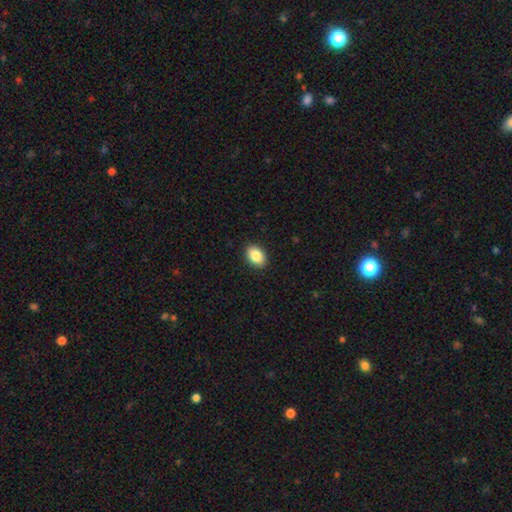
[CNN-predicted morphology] smooth-or-featured: smooth: 87% | star or artifact: 8% | featured or disk: 6%
  how-rounded: in between: 82% | round: 17% | cigar-shaped: 1%
  merging: none: 90% | minor disturbance: 7% | major disturbance: 2% | merger: 1%